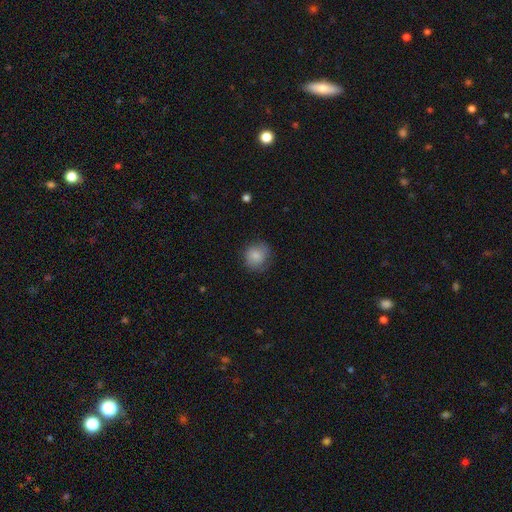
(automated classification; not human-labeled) A smooth galaxy with no disk features (84%) that is round (83%). Merging: none (75%).